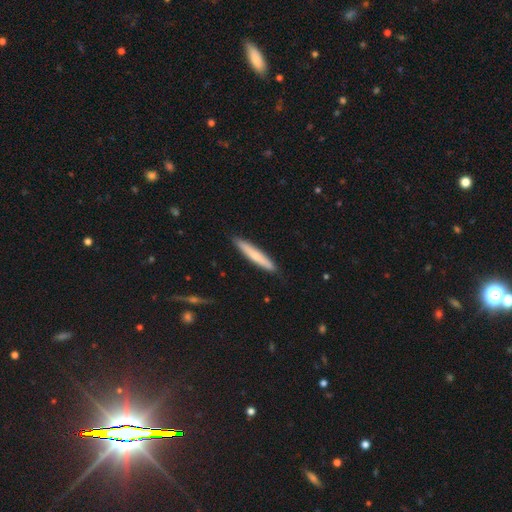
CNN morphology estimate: Smooth or featured?
  - smooth: 65% *
  - featured or disk: 30%
  - star or artifact: 5%
How rounded?
  - cigar-shaped: 94% *
  - in between: 5%
  - round: 1%
Merging?
  - none: 89% *
  - minor disturbance: 8%
  - major disturbance: 1%
  - merger: 1%